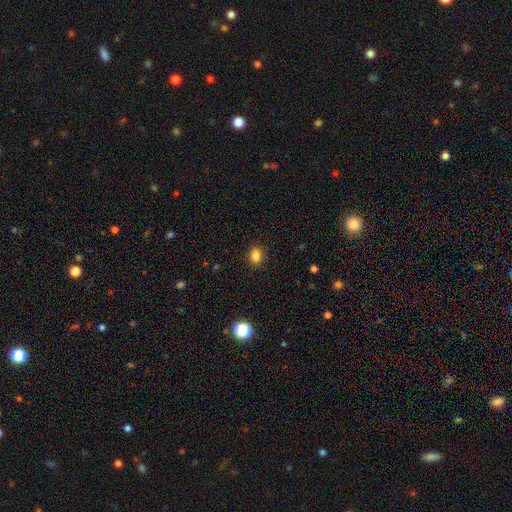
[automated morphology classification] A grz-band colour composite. It shows a smooth galaxy with no disk features (84%) that is round (52%). Merging: none (88%).